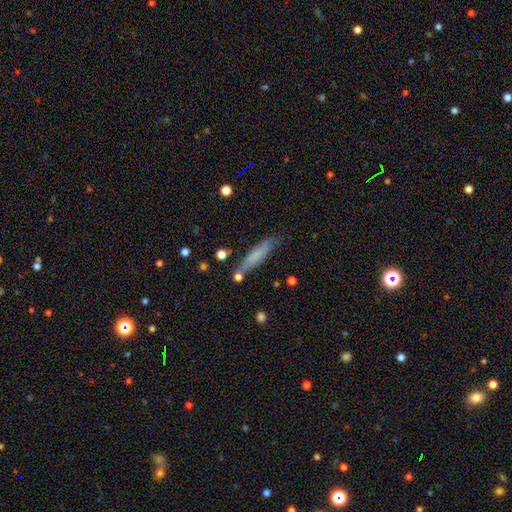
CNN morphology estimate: Smooth or featured?
  - smooth: 67% *
  - featured or disk: 25%
  - star or artifact: 8%
How rounded?
  - cigar-shaped: 86% *
  - in between: 12%
  - round: 2%
Merging?
  - none: 72% *
  - minor disturbance: 18%
  - merger: 5%
  - major disturbance: 4%